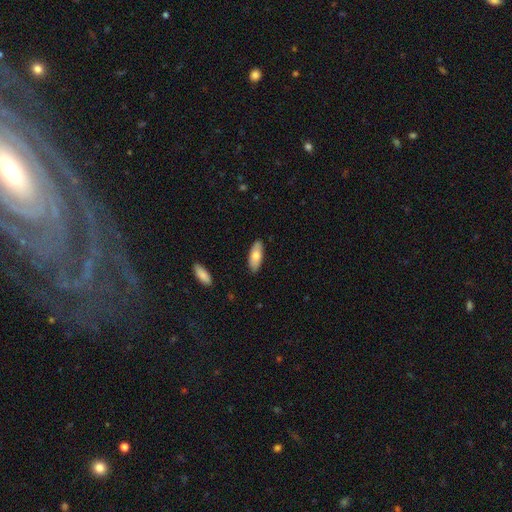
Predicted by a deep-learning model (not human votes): smooth_or_featured: smooth (p=0.74) [alt: featured or disk p=0.21]
how_rounded: in between (p=0.77) [alt: cigar-shaped p=0.21]
merging: none (p=0.85) [alt: minor disturbance p=0.12]